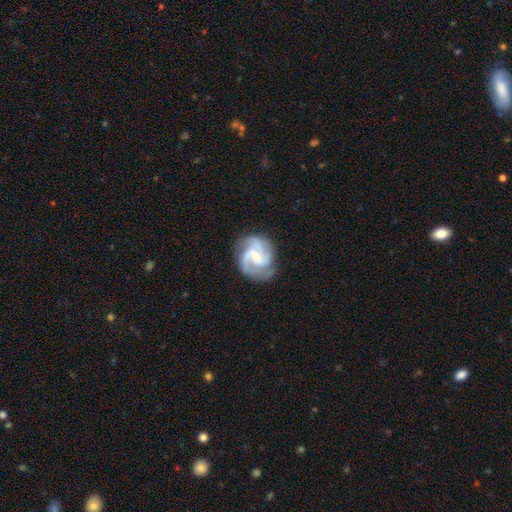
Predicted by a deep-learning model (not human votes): Morphology: type=featured or disk (89%); edge-on=no (98%); bar=no (44%); spiral arms=yes (98%); winding=medium (54%); arm count=3 (56%); bulge=small (56%); merging=none (75%).